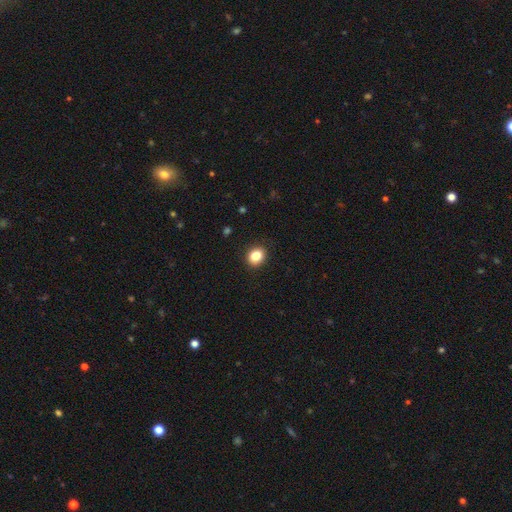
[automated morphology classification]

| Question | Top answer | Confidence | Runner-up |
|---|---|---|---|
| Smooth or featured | smooth | 85% | star or artifact (10%) |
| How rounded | round | 56% | in between (43%) |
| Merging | none | 89% | minor disturbance (8%) |